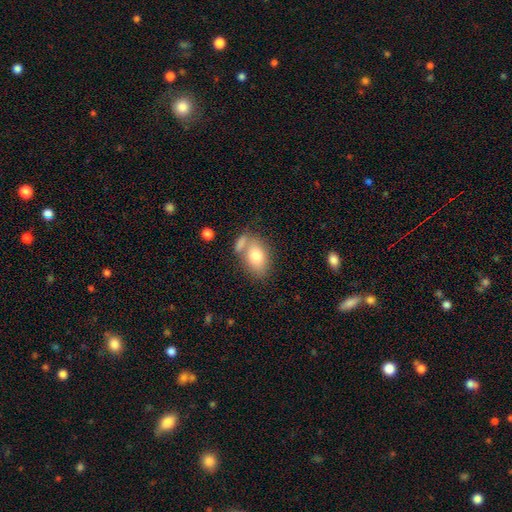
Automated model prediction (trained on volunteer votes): This appears to be a smooth galaxy with no disk features (78%) that is in between round and cigar-shaped (81%). Merging: none (50%).